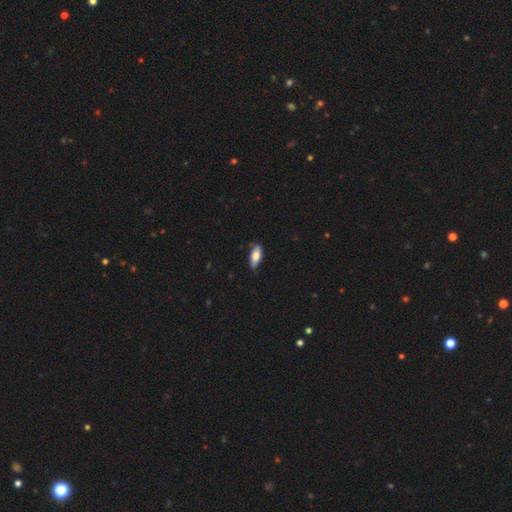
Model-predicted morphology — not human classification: Overall: smooth (76%). How rounded: in between (76%). Merging: none (72%).